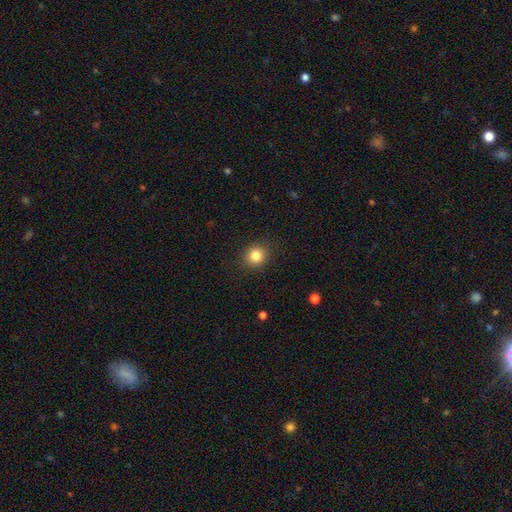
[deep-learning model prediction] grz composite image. It shows a smooth galaxy with no disk features (83%) that is round (84%). Merging: none (89%).